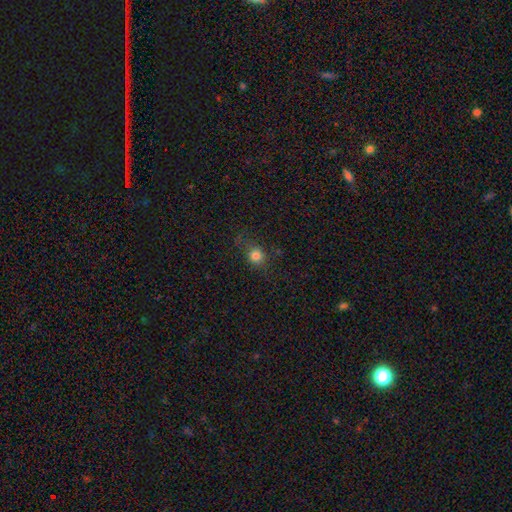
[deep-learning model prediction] This is likely a smooth galaxy (78%). How rounded: clearly round (81%). Merging: likely none (72%).